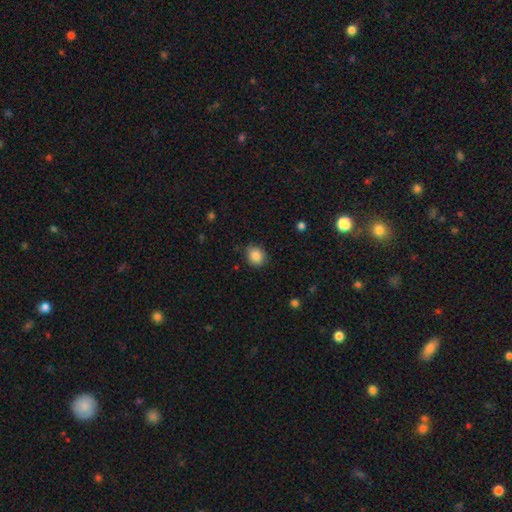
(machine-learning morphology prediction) type=smooth (86%); roundness=round (72%); merging=none (82%).